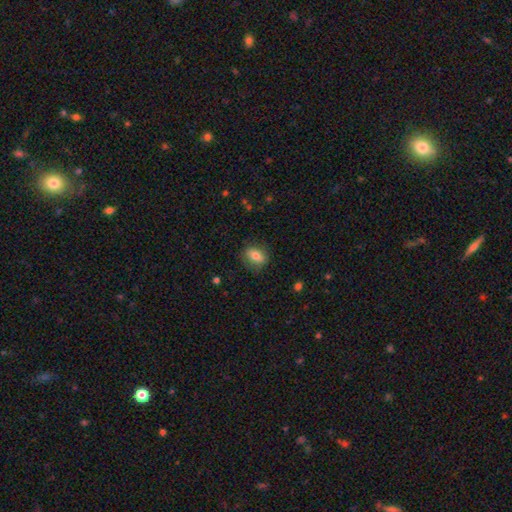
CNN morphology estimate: Overall: smooth (76%). How rounded: in between (71%). Merging: none (81%).